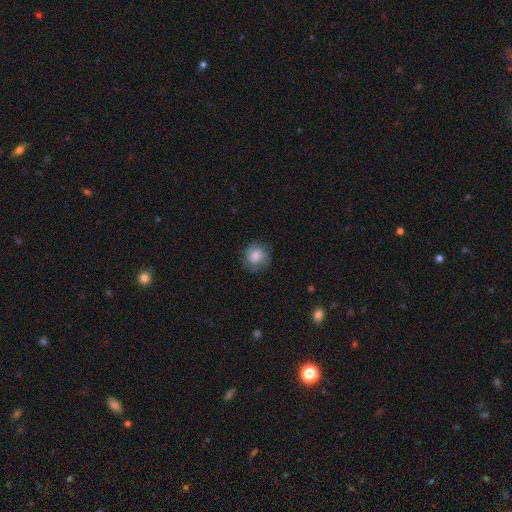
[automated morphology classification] smooth 82%, featured or disk 10%, star or artifact 8%. Down the decision tree: how rounded — round (82%); merging — none (77%).